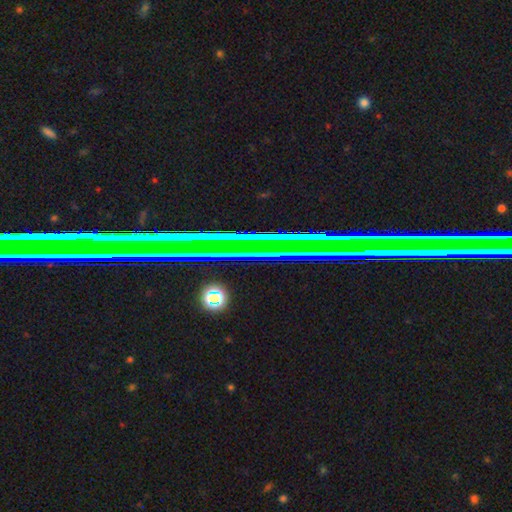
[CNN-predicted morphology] A star or artifact, not a galaxy (72%).

Vote fractions:
- Smooth or featured? star or artifact: 72% / featured or disk: 18% / smooth: 10%